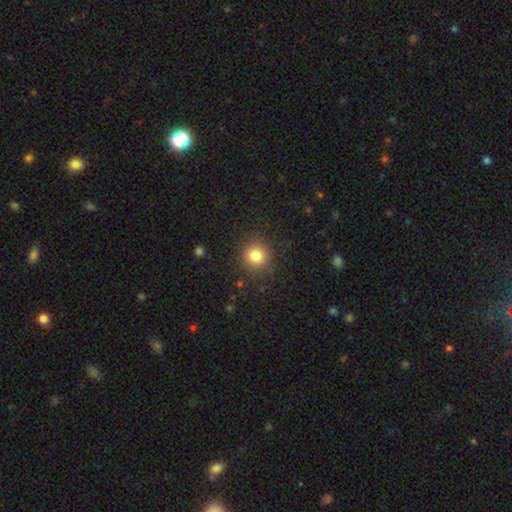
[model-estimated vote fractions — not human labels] Morphology: type=smooth (82%); roundness=round (91%); merging=none (87%).